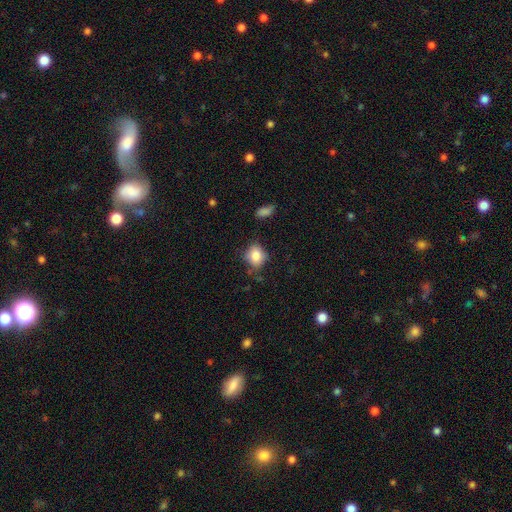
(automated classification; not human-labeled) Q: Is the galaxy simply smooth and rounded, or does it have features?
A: smooth — 82%.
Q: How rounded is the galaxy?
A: round — 61%.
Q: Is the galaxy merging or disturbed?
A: none — 68%.